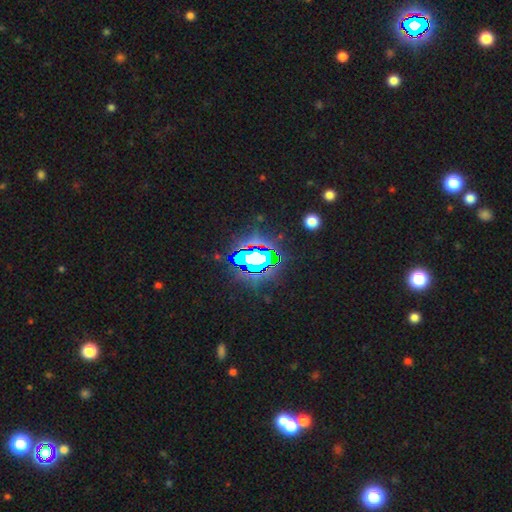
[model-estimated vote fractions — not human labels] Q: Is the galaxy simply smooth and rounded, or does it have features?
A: star or artifact — 74%.